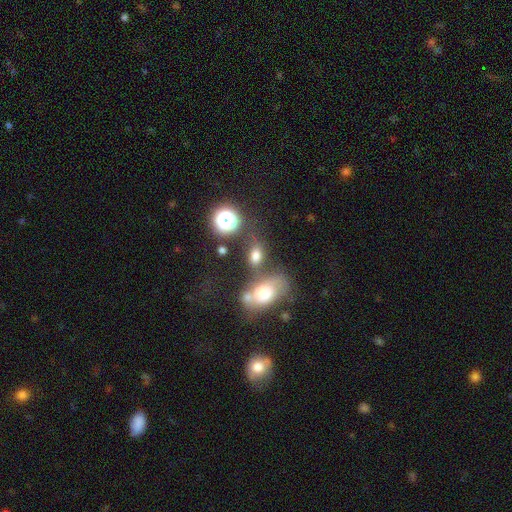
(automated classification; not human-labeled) smooth_or_featured: smooth (p=0.68) [alt: star or artifact p=0.18]
how_rounded: in between (p=0.78) [alt: round p=0.18]
merging: none (p=0.47) [alt: merger p=0.27]